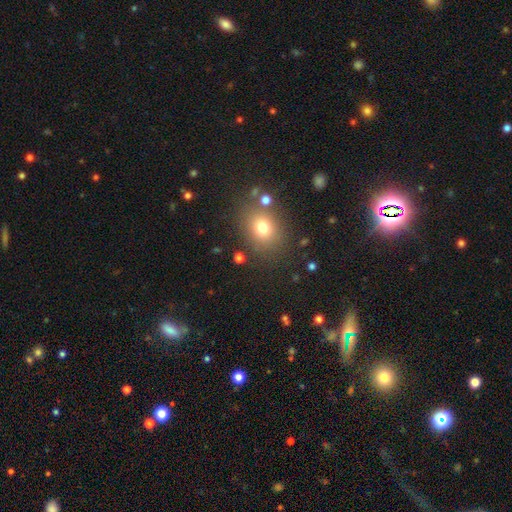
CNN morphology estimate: Q: Smooth or featured?
A: smooth (54%); runner-up: star or artifact (37%)
Q: How rounded?
A: round (73%); runner-up: in between (26%)
Q: Merging?
A: none (83%); runner-up: minor disturbance (9%)